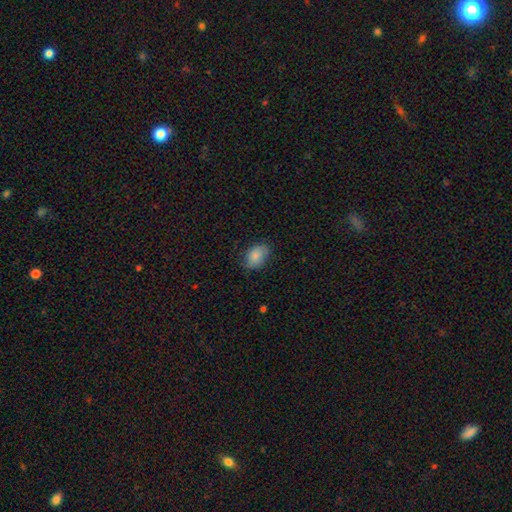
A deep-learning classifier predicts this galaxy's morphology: Smooth or featured? smooth (81%)
How rounded? in between (83%)
Merging? none (73%)